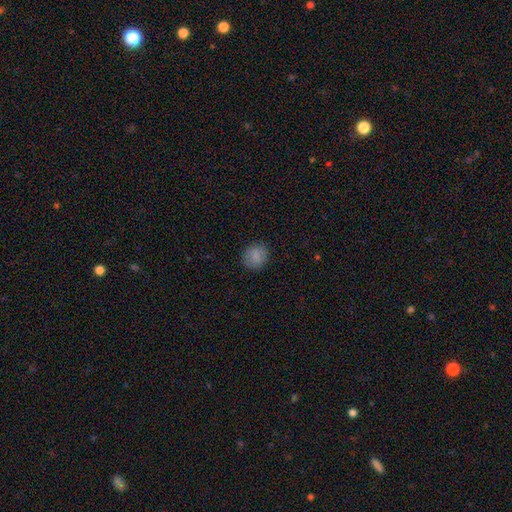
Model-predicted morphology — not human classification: Smooth or featured? smooth (84%)
How rounded? round (81%)
Merging? none (87%)